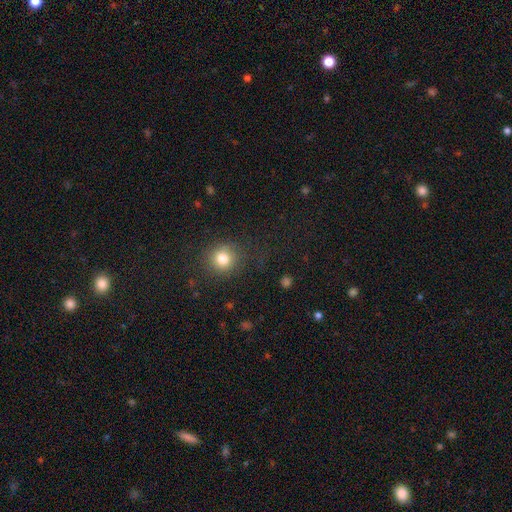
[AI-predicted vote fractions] Smooth or featured: smooth — 63% (star or artifact — 31%)
How rounded: round — 90% (in between — 9%)
Merging: none — 83% (minor disturbance — 10%)